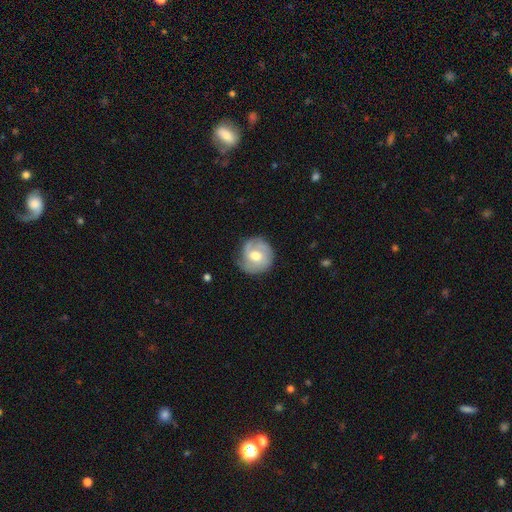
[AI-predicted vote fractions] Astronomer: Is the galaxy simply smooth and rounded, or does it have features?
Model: featured or disk — 61%.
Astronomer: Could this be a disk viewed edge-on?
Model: no — 97%.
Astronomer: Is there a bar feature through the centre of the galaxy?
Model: no — 62%.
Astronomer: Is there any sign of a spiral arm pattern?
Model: yes — 85%.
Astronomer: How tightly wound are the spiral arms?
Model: tight — 48% (runner-up: medium, 37%).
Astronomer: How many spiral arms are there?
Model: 2 — 35% (runner-up: can't tell, 26%).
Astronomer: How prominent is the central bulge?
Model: moderate — 74%.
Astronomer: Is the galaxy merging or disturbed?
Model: none — 71%.